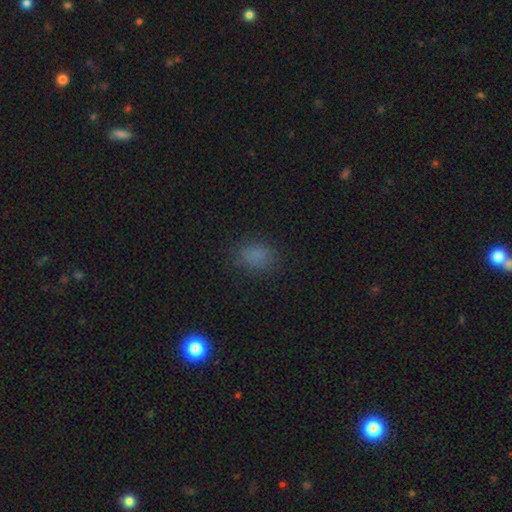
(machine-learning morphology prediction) type=smooth (78%); roundness=in between (64%); merging=none (79%).